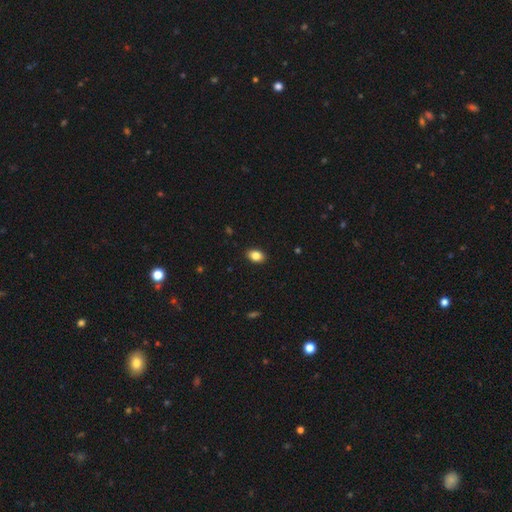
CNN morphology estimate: A smooth galaxy with no disk features (85%) that is in between round and cigar-shaped (82%).

Vote fractions:
- Smooth or featured? smooth: 85% / star or artifact: 9% / featured or disk: 6%
- How rounded? in between: 82% / round: 16% / cigar-shaped: 1%
- Merging? none: 90% / minor disturbance: 7% / major disturbance: 2% / merger: 1%